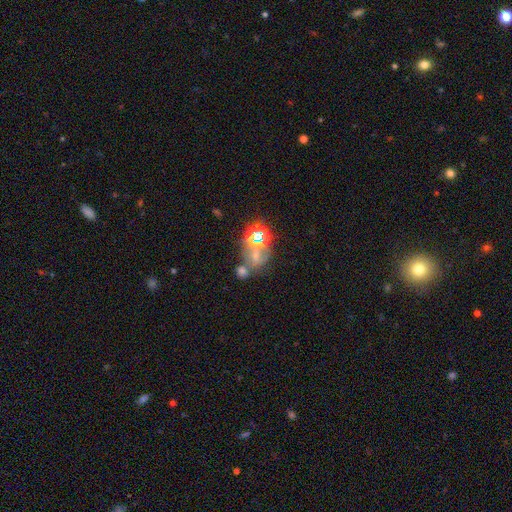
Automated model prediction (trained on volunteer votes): Q: Smooth or featured?
A: star or artifact (39%); runner-up: smooth (38%)